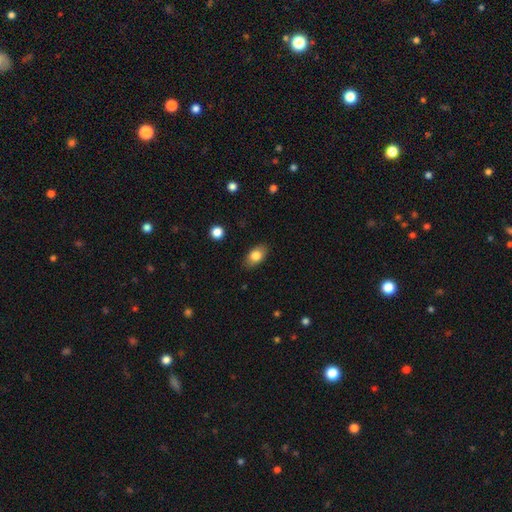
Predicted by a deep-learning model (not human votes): A smooth galaxy with no disk features (81%) that is in between round and cigar-shaped (88%). Merging: none (85%).